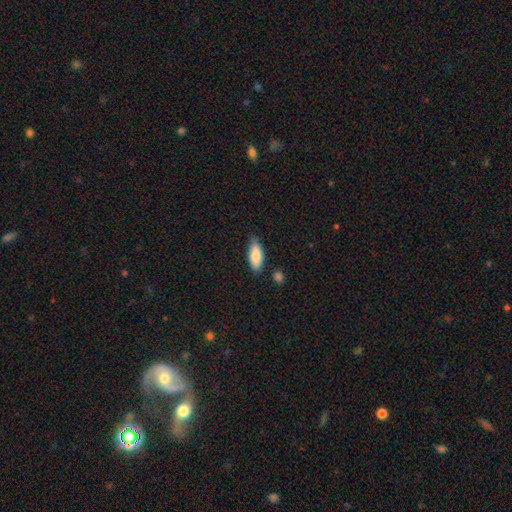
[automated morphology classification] smooth 84%, featured or disk 10%, star or artifact 6%. Down the decision tree: how rounded — in between (80%); merging — none (75%).